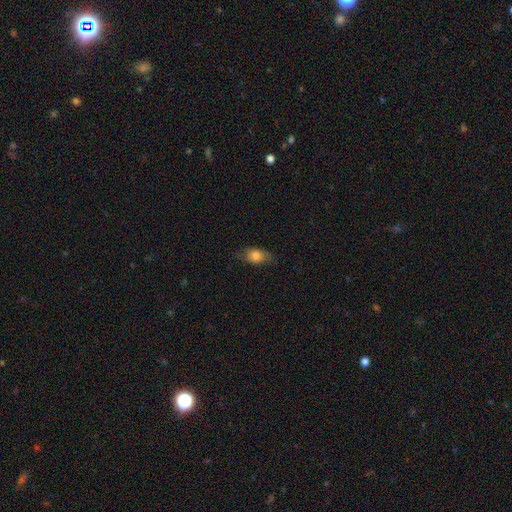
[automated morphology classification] Smooth or featured?
  - smooth: 77% *
  - featured or disk: 15%
  - star or artifact: 8%
How rounded?
  - in between: 79% *
  - round: 15%
  - cigar-shaped: 6%
Merging?
  - none: 71% *
  - minor disturbance: 22%
  - major disturbance: 6%
  - merger: 1%